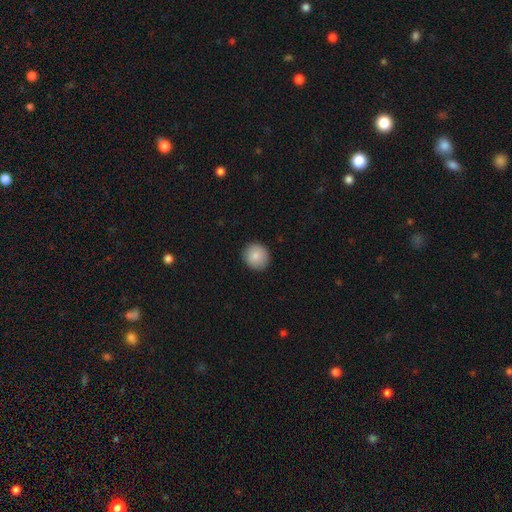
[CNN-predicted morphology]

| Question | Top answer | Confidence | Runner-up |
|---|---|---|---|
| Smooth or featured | smooth | 85% | star or artifact (8%) |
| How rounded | round | 91% | in between (8%) |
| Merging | none | 91% | minor disturbance (7%) |